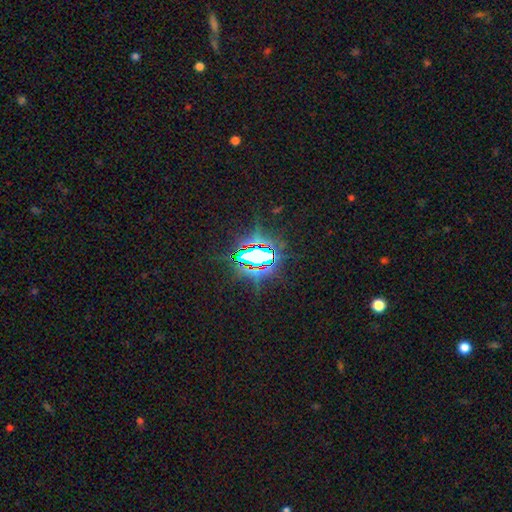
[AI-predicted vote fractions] Smooth or featured?
  - star or artifact: 78% *
  - smooth: 12%
  - featured or disk: 10%